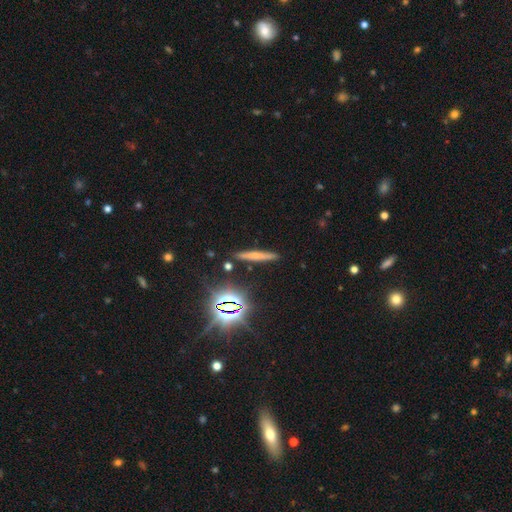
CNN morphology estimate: Overall: smooth (51%; featured or disk 30%). How rounded: cigar-shaped (91%). Merging: none (87%).